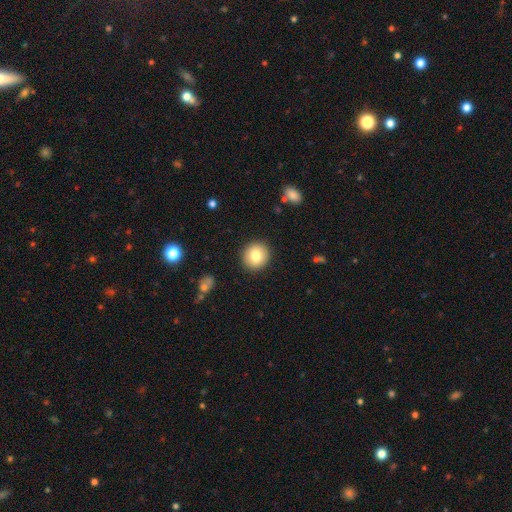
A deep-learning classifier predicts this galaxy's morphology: smooth-or-featured: smooth: 81% | featured or disk: 11% | star or artifact: 9%
  how-rounded: round: 90% | in between: 9% | cigar-shaped: 1%
  merging: none: 91% | minor disturbance: 6% | major disturbance: 2% | merger: 1%